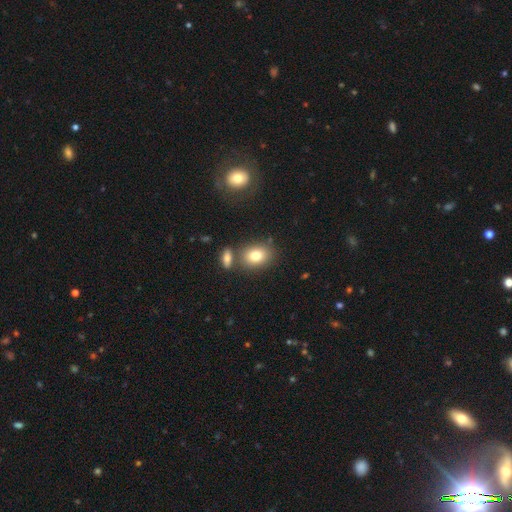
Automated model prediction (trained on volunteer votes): Smooth or featured? Predicted: smooth (p=0.79). How rounded? Predicted: in between (p=0.63). Merging? Predicted: none (p=0.69).